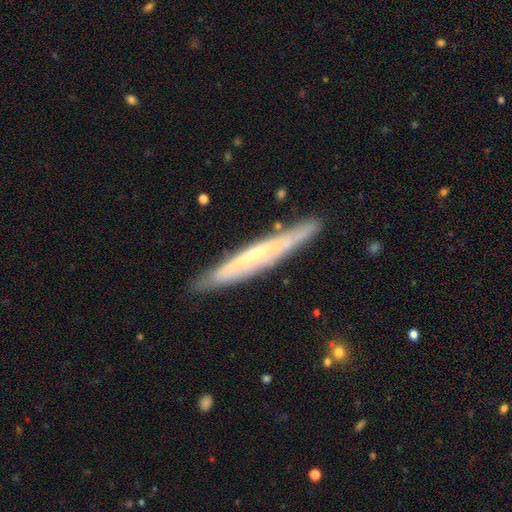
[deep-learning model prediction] Smooth or featured? Predicted: featured or disk (p=0.63). Edge-on disk? Predicted: yes (p=0.84). Edge-on bulge? Predicted: none (p=0.57). Merging? Predicted: none (p=0.84).